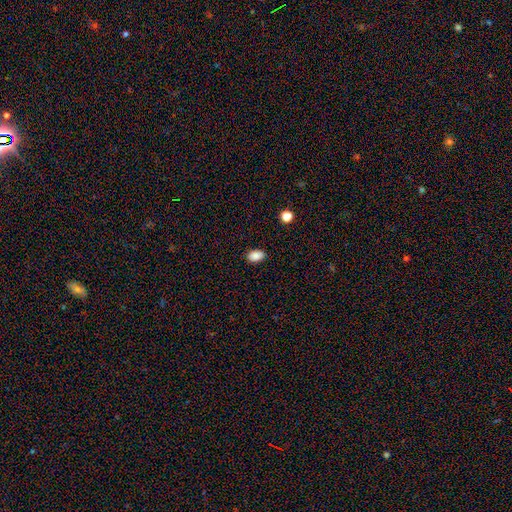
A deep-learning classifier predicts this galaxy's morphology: Smooth or featured?
  - smooth: 88% *
  - star or artifact: 9%
  - featured or disk: 3%
How rounded?
  - in between: 88% *
  - round: 11%
  - cigar-shaped: 1%
Merging?
  - none: 87% *
  - minor disturbance: 10%
  - major disturbance: 2%
  - merger: 1%